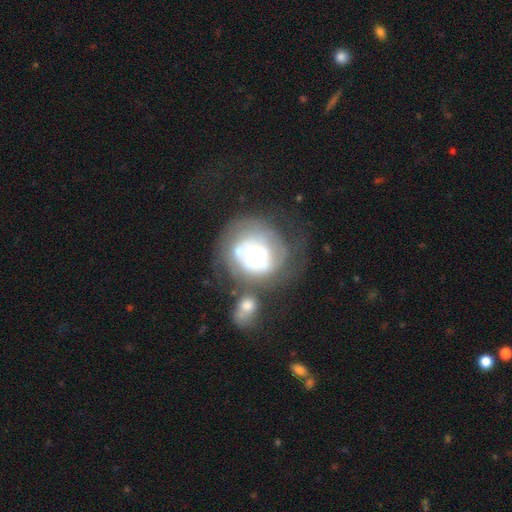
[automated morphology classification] smooth-or-featured: featured or disk: 60% | smooth: 32% | star or artifact: 8%
  disk-edge-on: no: 97% | yes: 3%
    bar: no: 84% | weak: 13% | strong: 4%
    has-spiral-arms: no: 54% | yes: 46%
    bulge-size: moderate: 62% | small: 17% | large: 16% | dominant: 3% | none: 2%
  merging: none: 35% | merger: 25% | major disturbance: 23% | minor disturbance: 17%